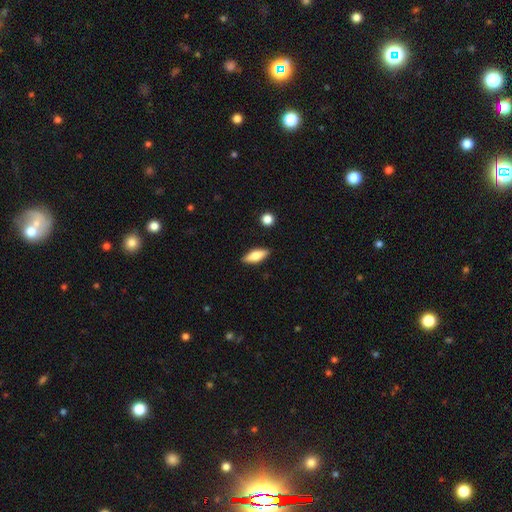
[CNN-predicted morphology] A smooth galaxy with no disk features (71%) that is in between round and cigar-shaped (66%).

Vote fractions:
- Smooth or featured? smooth: 71% / featured or disk: 22% / star or artifact: 6%
- How rounded? in between: 66% / cigar-shaped: 31% / round: 3%
- Merging? none: 87% / minor disturbance: 9% / major disturbance: 2% / merger: 2%